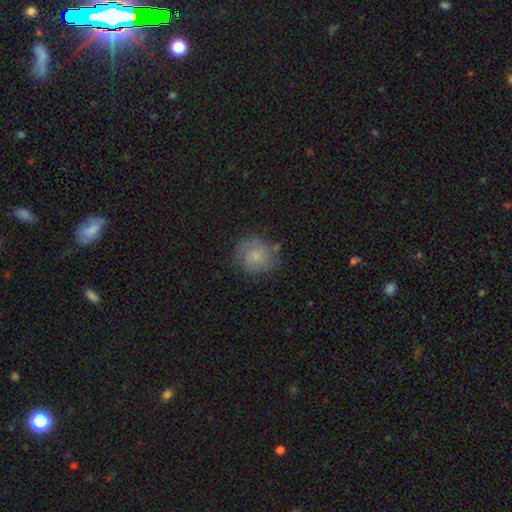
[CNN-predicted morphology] A smooth galaxy with no disk features (51%) that is round (82%).

Vote fractions:
- Smooth or featured? smooth: 51% / featured or disk: 41% / star or artifact: 8%
- How rounded? round: 82% / in between: 17% / cigar-shaped: 1%
- Merging? none: 67% / minor disturbance: 22% / major disturbance: 8% / merger: 3%